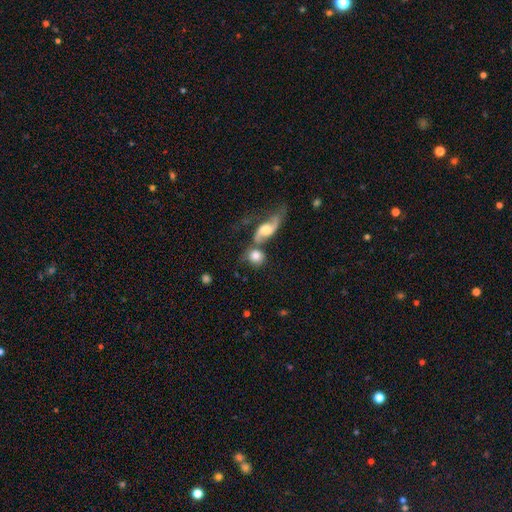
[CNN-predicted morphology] Smooth or featured? Predicted: smooth (p=0.68). How rounded? Predicted: round (p=0.75). Merging? Predicted: none (p=0.42).